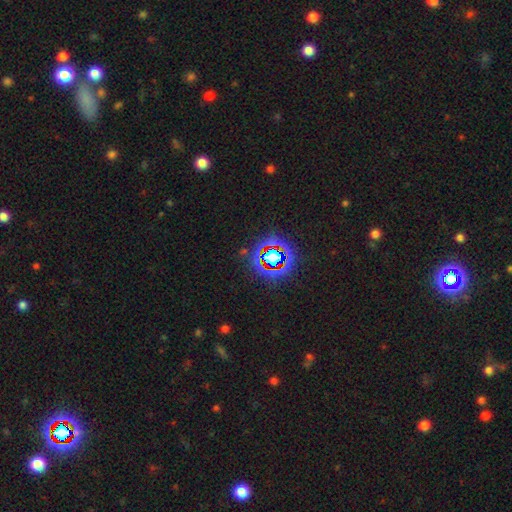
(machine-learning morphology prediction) star or artifact 78%, smooth 12%, featured or disk 9%.